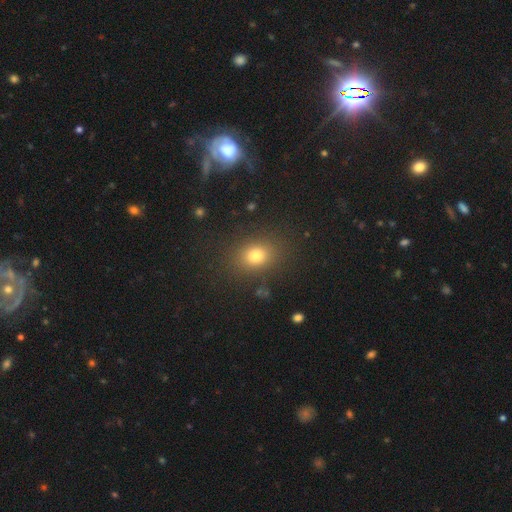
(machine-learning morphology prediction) The model was most divided on "how rounded": in between: 51%, round: 48%, cigar-shaped: 1%. More confident: merging — none (84%); smooth or featured — smooth (78%).